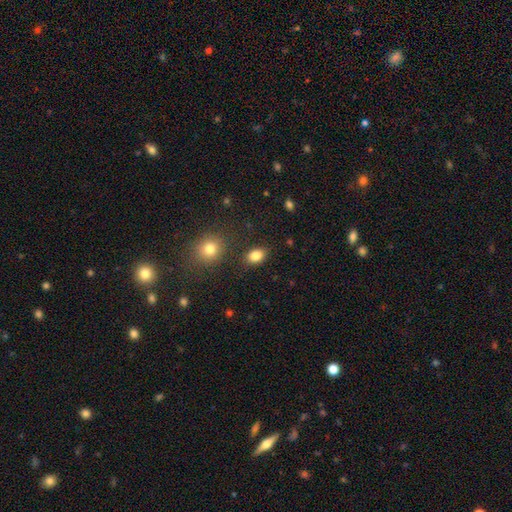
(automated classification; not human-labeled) Q: Smooth or featured?
A: smooth (85%); runner-up: star or artifact (10%)
Q: How rounded?
A: in between (75%); runner-up: round (24%)
Q: Merging?
A: none (84%); runner-up: minor disturbance (10%)